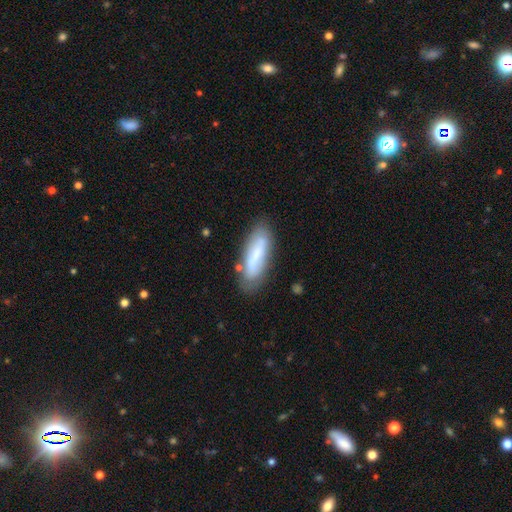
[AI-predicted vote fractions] This is possibly a smooth galaxy (59%). How rounded: possibly in between (49%, tied with cigar-shaped). Merging: likely none (76%).